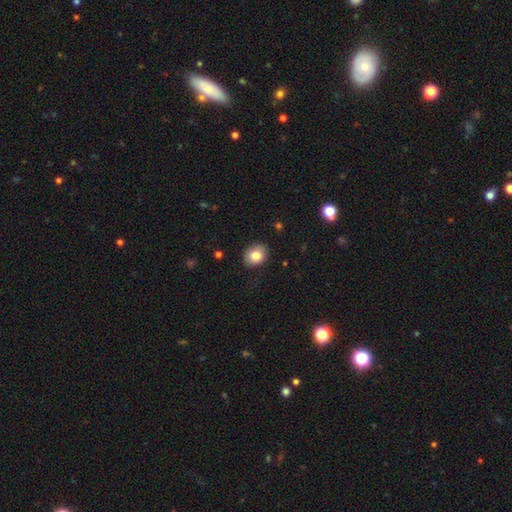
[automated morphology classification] A smooth galaxy with no disk features (81%) that is in between round and cigar-shaped (55%). Merging: none (85%).